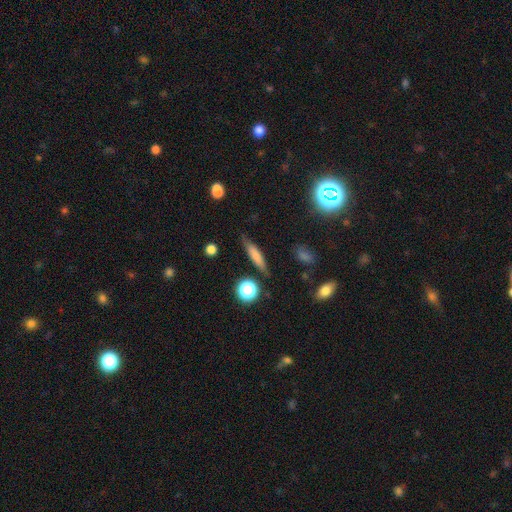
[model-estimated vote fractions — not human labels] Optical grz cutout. It shows a smooth galaxy with no disk features (67%) that is cigar-shaped (78%). Merging: none (80%).